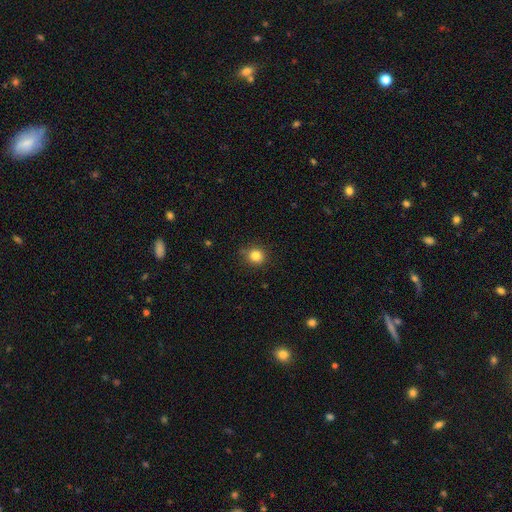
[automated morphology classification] Smooth or featured: smooth — 84% (star or artifact — 12%)
How rounded: round — 89% (in between — 11%)
Merging: none — 83% (minor disturbance — 12%)